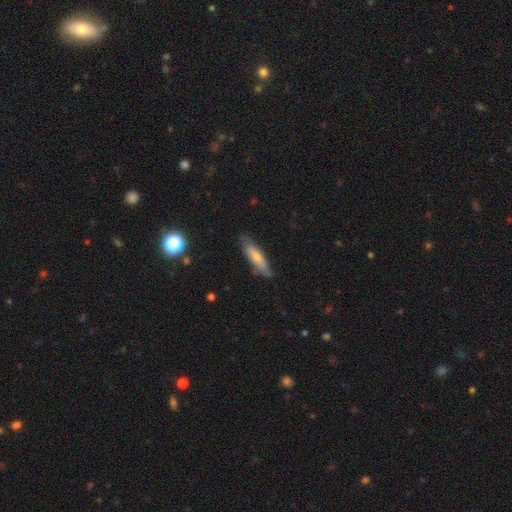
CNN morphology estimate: smooth 55%, featured or disk 36%, star or artifact 9%. Down the decision tree: how rounded — cigar-shaped (73%); merging — none (81%).